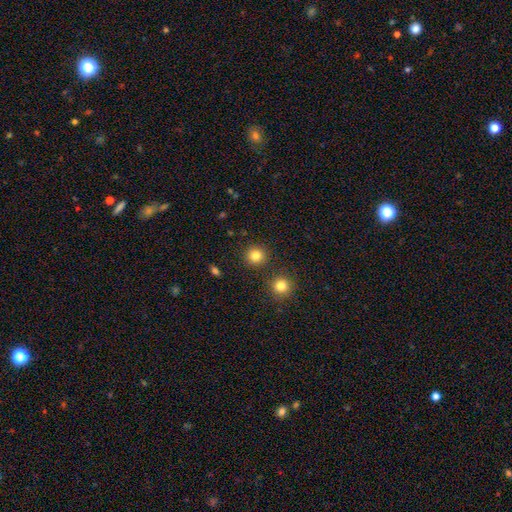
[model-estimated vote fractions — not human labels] Smooth or featured? smooth (83%)
How rounded? round (93%)
Merging? none (89%)